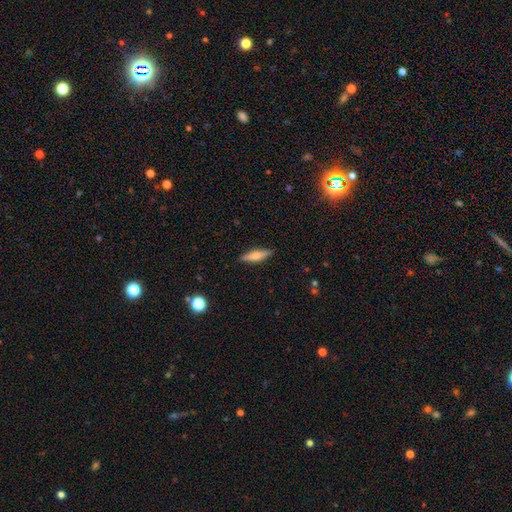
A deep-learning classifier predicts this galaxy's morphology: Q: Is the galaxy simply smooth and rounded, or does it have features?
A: smooth — 51%.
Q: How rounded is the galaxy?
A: cigar-shaped — 71%.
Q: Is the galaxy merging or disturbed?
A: none — 88%.